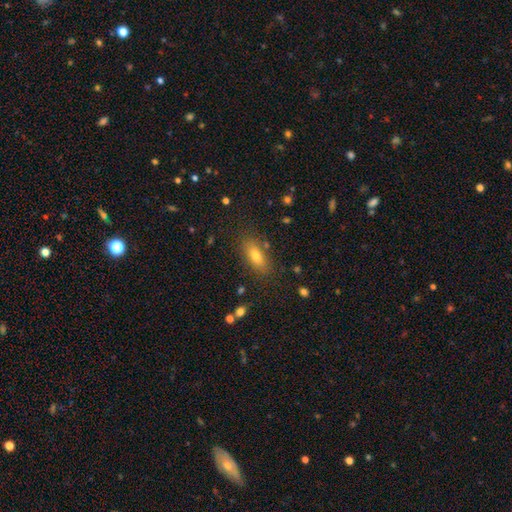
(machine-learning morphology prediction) smooth-or-featured: smooth: 75% | featured or disk: 13% | star or artifact: 12%
  how-rounded: in between: 79% | cigar-shaped: 15% | round: 5%
  merging: none: 82% | minor disturbance: 11% | major disturbance: 4% | merger: 3%